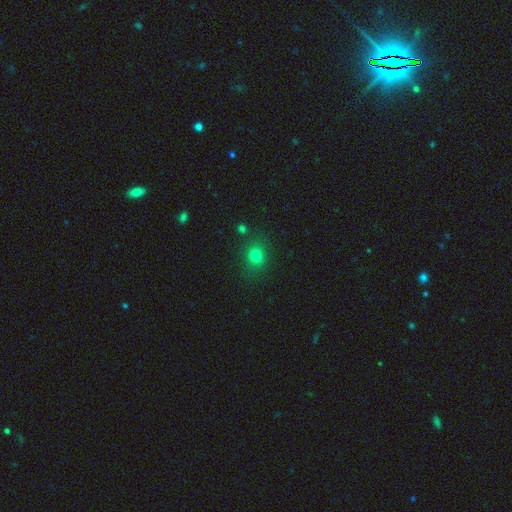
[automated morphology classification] Smooth or featured? Predicted: smooth (p=0.76). How rounded? Predicted: round (p=0.77). Merging? Predicted: none (p=0.81).